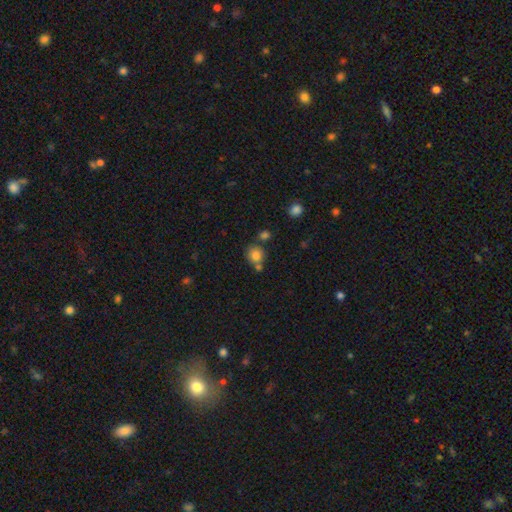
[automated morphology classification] This is clearly a smooth galaxy (81%). How rounded: clearly round (82%). Merging: likely none (61%).